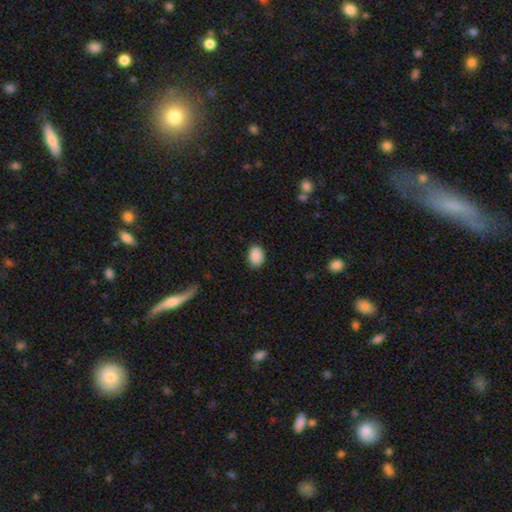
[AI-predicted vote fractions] Smooth or featured?
  - smooth: 89% *
  - star or artifact: 7%
  - featured or disk: 3%
How rounded?
  - in between: 69% *
  - round: 30%
  - cigar-shaped: 1%
Merging?
  - none: 85% *
  - minor disturbance: 11%
  - major disturbance: 2%
  - merger: 1%